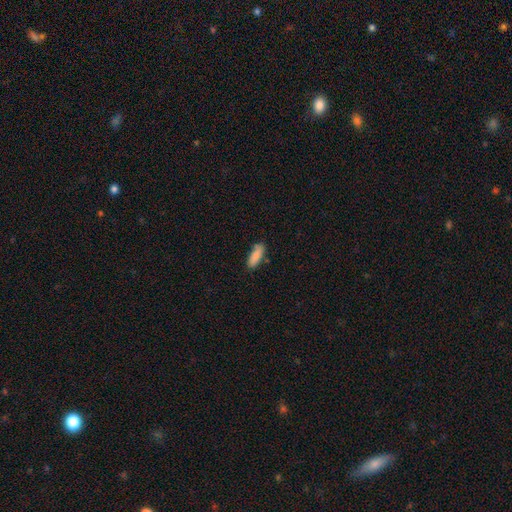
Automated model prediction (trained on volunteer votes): smooth-or-featured: smooth: 87% | featured or disk: 7% | star or artifact: 6%
  how-rounded: in between: 63% | cigar-shaped: 35% | round: 2%
  merging: none: 78% | minor disturbance: 16% | merger: 3% | major disturbance: 3%